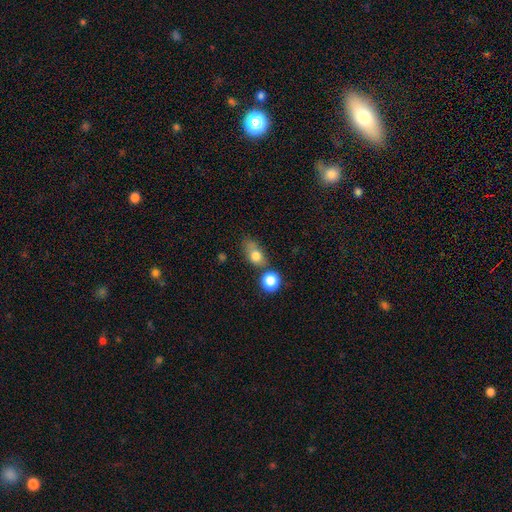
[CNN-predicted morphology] Overall: smooth (77%). How rounded: in between (67%; round 28%). Merging: none (40%; merger 30%).